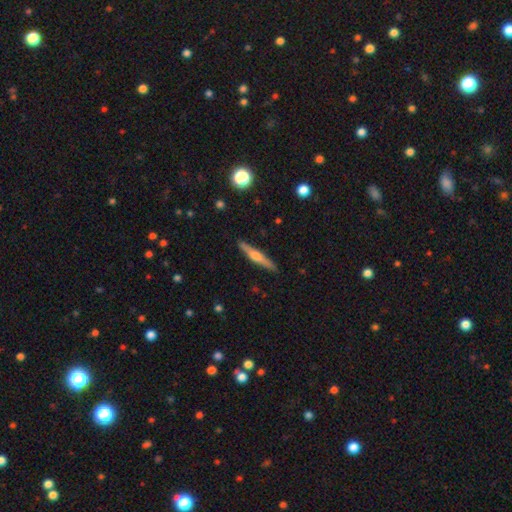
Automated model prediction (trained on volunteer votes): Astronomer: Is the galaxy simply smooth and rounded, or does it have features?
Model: featured or disk — 63%.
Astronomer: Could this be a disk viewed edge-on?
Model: yes — 97%.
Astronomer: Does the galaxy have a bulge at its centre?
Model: rounded — 85%.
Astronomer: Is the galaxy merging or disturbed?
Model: none — 90%.